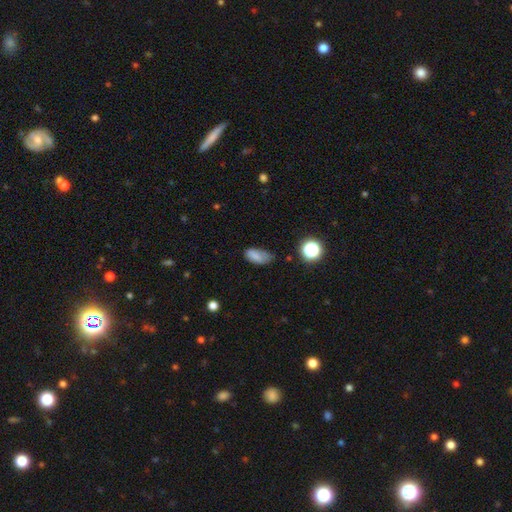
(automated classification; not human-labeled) smooth-or-featured: smooth: 76% | featured or disk: 12% | star or artifact: 12%
  how-rounded: in between: 89% | round: 7% | cigar-shaped: 5%
  merging: none: 41% | minor disturbance: 40% | major disturbance: 16% | merger: 3%